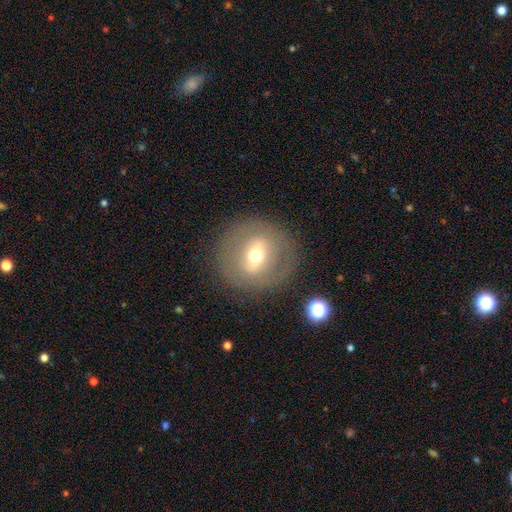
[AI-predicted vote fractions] Smooth or featured?
  - featured or disk: 49% *
  - smooth: 42%
  - star or artifact: 9%
Merging?
  - none: 84% *
  - minor disturbance: 9%
  - major disturbance: 5%
  - merger: 1%